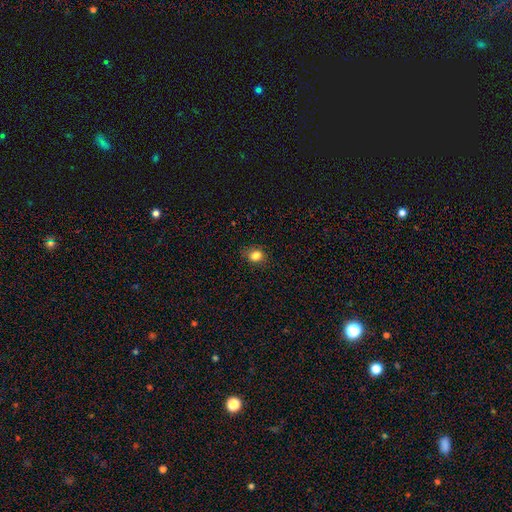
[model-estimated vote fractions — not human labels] Morphology: type=smooth (84%); roundness=round (55%); merging=none (82%).